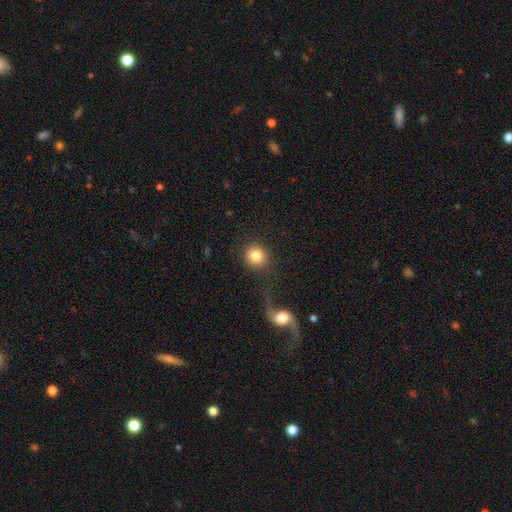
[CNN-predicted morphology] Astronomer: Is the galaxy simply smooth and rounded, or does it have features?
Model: smooth — 84%.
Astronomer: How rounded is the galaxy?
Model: round — 90%.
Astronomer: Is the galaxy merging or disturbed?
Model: none — 73%.